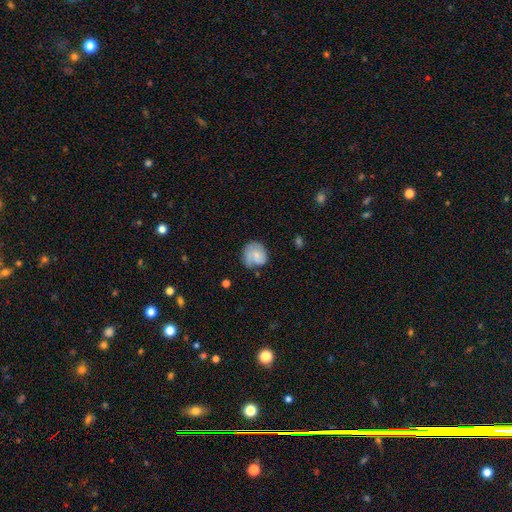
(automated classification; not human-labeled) This appears to be a smooth galaxy with no disk features (57%) that is round (73%). Merging: none (51%).